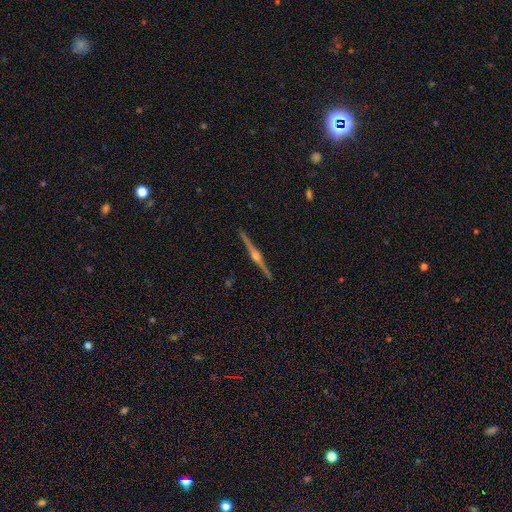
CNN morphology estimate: Smooth or featured? Predicted: featured or disk (p=0.88). Edge-on disk? Predicted: yes (p=0.99). Edge-on bulge? Predicted: rounded (p=0.93). Merging? Predicted: none (p=0.93).